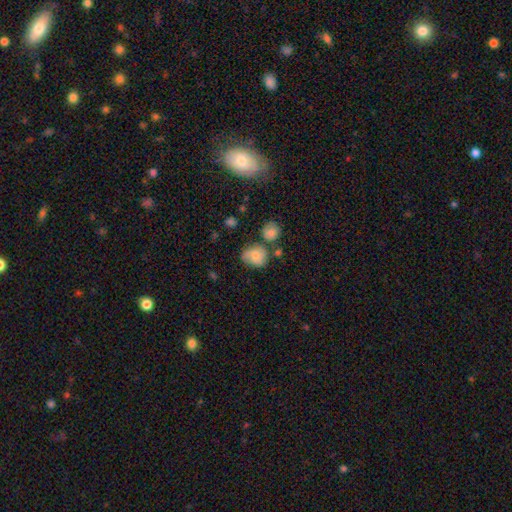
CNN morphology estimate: Smooth or featured? Predicted: smooth (p=0.73). How rounded? Predicted: round (p=0.58). Merging? Predicted: none (p=0.47).